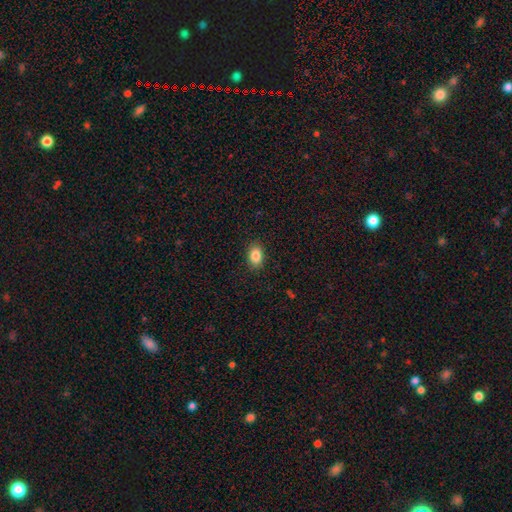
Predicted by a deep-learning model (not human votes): smooth 85%, star or artifact 9%, featured or disk 6%. Down the decision tree: how rounded — in between (82%); merging — none (89%).